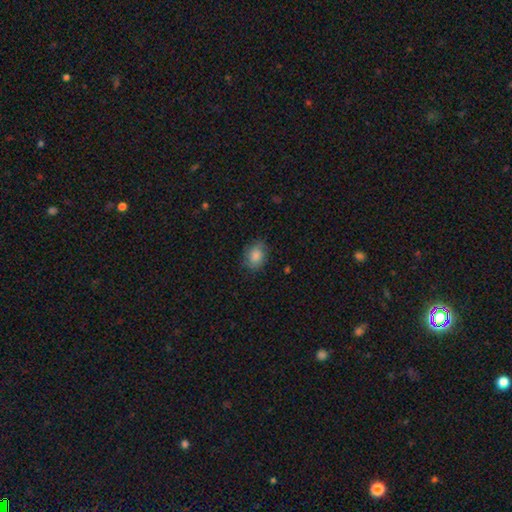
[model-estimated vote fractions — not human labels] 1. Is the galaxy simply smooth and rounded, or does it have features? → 80% smooth, 12% featured or disk, 8% star or artifact.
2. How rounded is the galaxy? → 59% in between, 40% round, 1% cigar-shaped.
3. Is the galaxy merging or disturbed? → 76% none, 18% minor disturbance, 5% major disturbance, 1% merger.